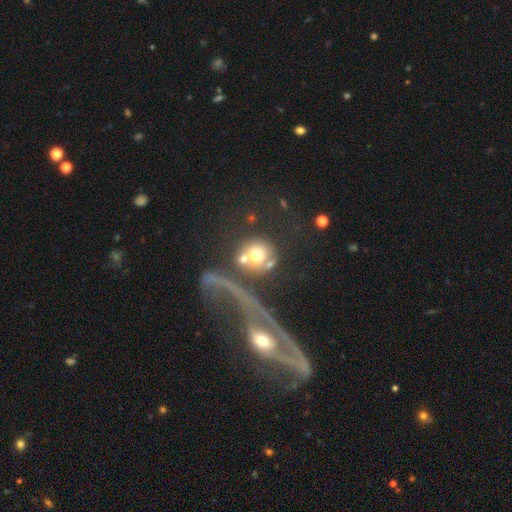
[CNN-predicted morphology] smooth 60%, featured or disk 26%, star or artifact 14%. Down the decision tree: how rounded — round (86%); merging — none (36%).